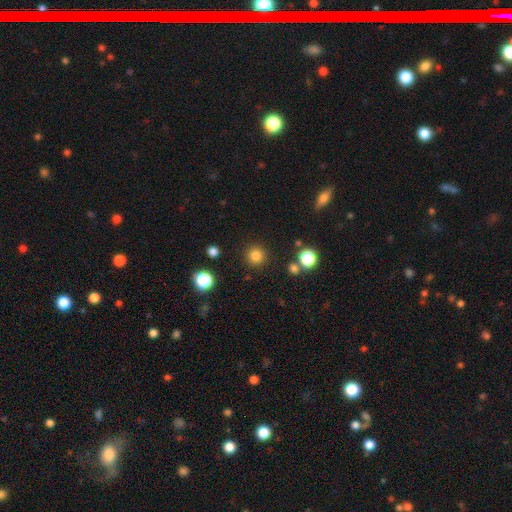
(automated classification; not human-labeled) Smooth or featured: smooth — 81% (star or artifact — 14%)
How rounded: round — 95% (in between — 4%)
Merging: none — 90% (minor disturbance — 5%)